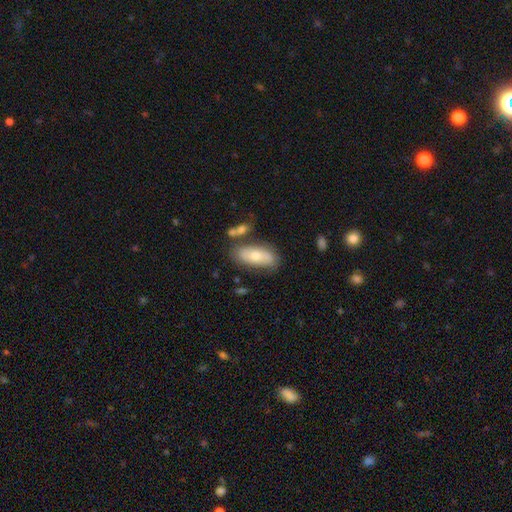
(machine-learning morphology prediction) A smooth galaxy with no disk features (60%) that is in between round and cigar-shaped (82%). Merging: none (69%).